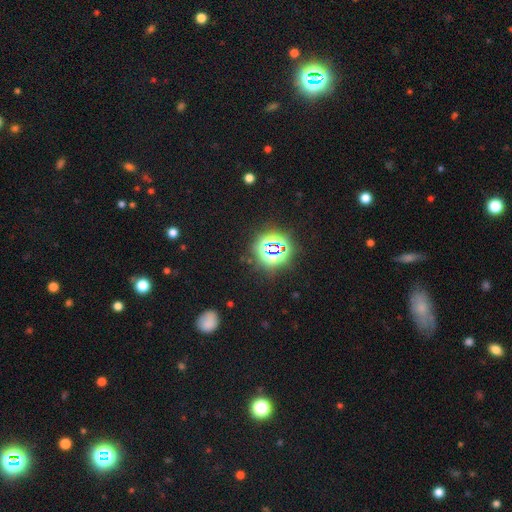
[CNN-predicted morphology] The model was most divided on "smooth or featured": star or artifact: 79%, smooth: 14%, featured or disk: 7%.